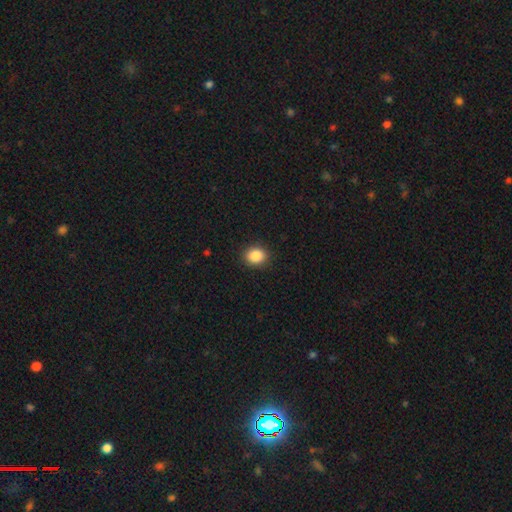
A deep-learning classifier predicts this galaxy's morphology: This is clearly a smooth galaxy (88%). How rounded: likely round (63%). Merging: clearly none (90%).